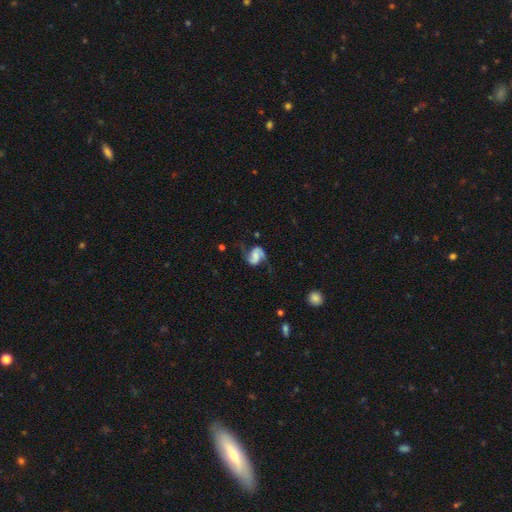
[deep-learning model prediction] A featured or disk galaxy (75%) with a weak bar (40%), 2 (90%) loose (47%) spiral arms (94%) and no central bulge (30%). Merging: none (62%).